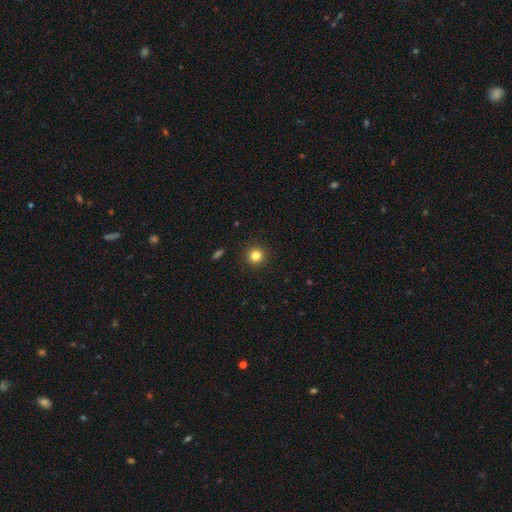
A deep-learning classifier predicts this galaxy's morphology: Q: Smooth or featured?
A: smooth (82%); runner-up: star or artifact (12%)
Q: How rounded?
A: round (94%); runner-up: in between (5%)
Q: Merging?
A: none (92%); runner-up: minor disturbance (5%)